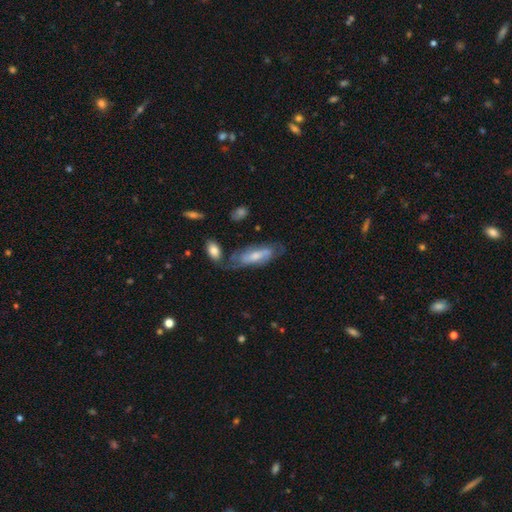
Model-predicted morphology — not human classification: This appears to be a featured or disk galaxy (50%). Merging: none (56%).